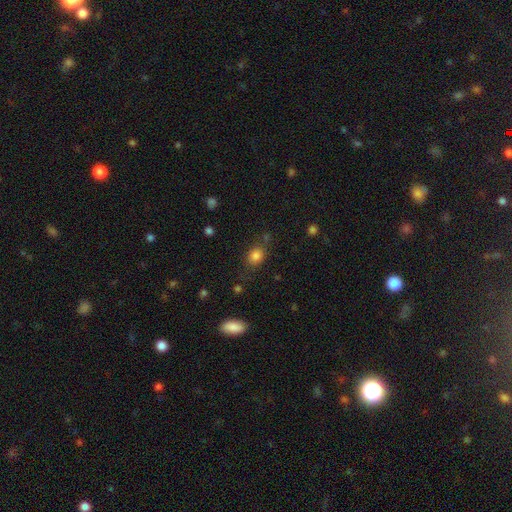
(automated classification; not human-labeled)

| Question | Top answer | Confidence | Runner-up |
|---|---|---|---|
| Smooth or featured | smooth | 82% | star or artifact (12%) |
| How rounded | round | 53% | in between (45%) |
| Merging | none | 73% | minor disturbance (17%) |